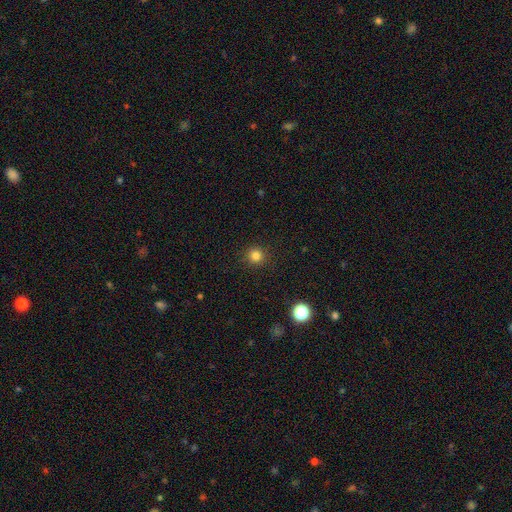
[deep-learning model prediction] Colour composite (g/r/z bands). It shows a smooth galaxy with no disk features (81%) that is round (94%). Merging: none (91%).